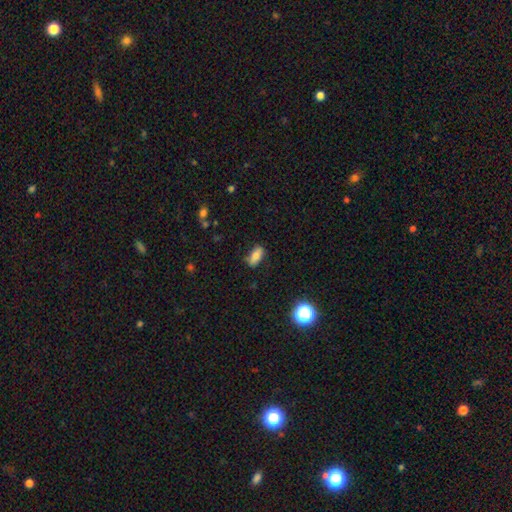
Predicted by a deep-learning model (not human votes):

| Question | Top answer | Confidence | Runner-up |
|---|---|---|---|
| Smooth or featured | smooth | 76% | featured or disk (14%) |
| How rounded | in between | 81% | cigar-shaped (14%) |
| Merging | none | 76% | minor disturbance (19%) |